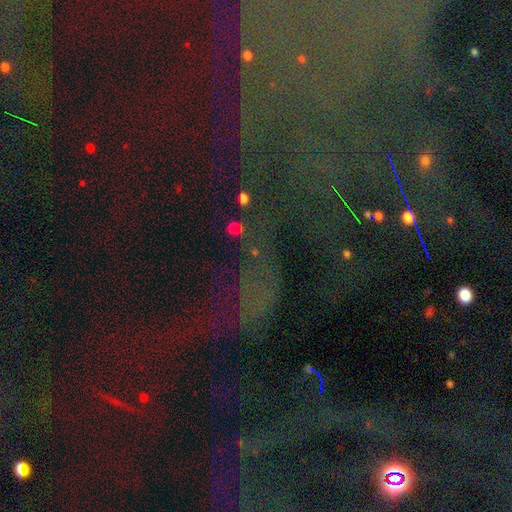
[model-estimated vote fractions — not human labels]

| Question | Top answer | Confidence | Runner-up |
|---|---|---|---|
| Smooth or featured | star or artifact | 76% | smooth (13%) |